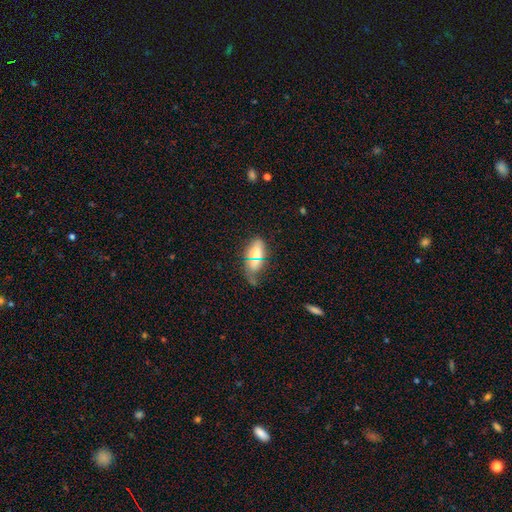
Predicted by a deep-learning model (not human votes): smooth-or-featured: smooth: 69% | featured or disk: 17% | star or artifact: 14%
  how-rounded: in between: 84% | cigar-shaped: 10% | round: 6%
  merging: none: 57% | minor disturbance: 26% | major disturbance: 10% | merger: 6%